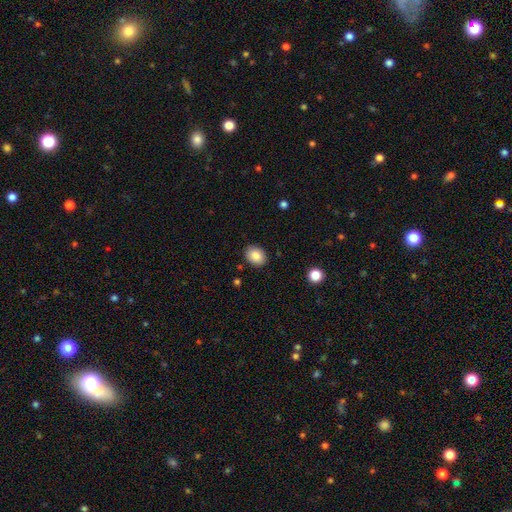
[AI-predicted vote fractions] Smooth or featured? smooth (86%)
How rounded? in between (58%)
Merging? none (88%)